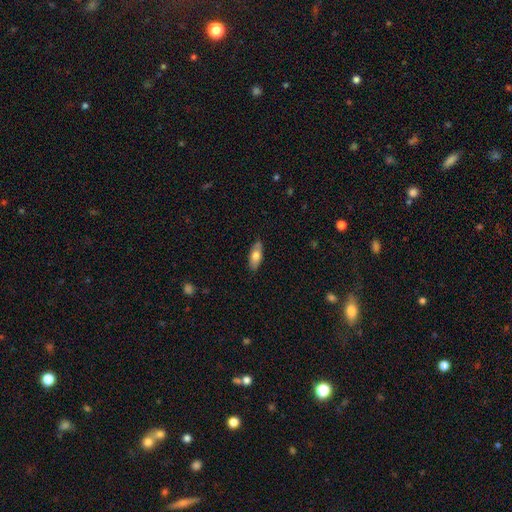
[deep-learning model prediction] This is likely a smooth galaxy (70%). How rounded: likely in between (80%). Merging: clearly none (85%).